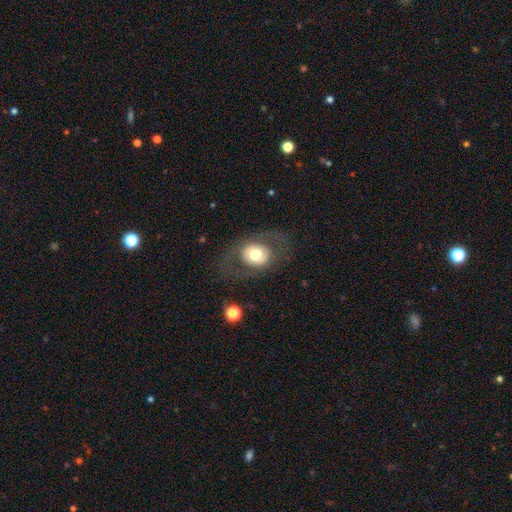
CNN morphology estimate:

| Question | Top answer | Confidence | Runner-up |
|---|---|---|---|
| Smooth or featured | smooth | 47% | featured or disk (44%) |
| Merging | none | 73% | minor disturbance (13%) |